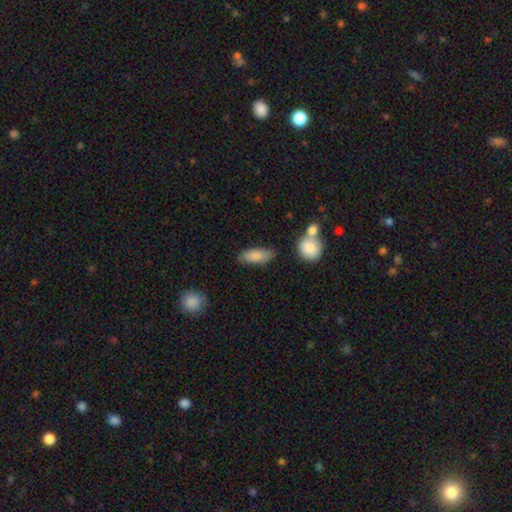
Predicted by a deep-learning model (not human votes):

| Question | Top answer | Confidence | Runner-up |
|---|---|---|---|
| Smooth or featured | smooth | 84% | featured or disk (10%) |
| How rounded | in between | 76% | cigar-shaped (21%) |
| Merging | none | 72% | minor disturbance (18%) |